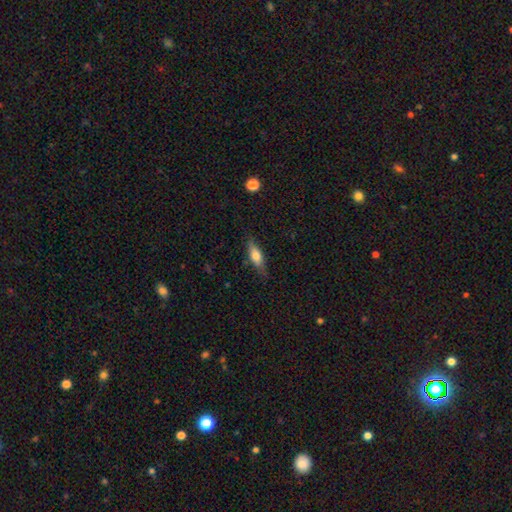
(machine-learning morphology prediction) The model was most divided on "how rounded": in between: 52%, cigar-shaped: 45%, round: 3%. More confident: merging — none (78%); smooth or featured — smooth (61%).